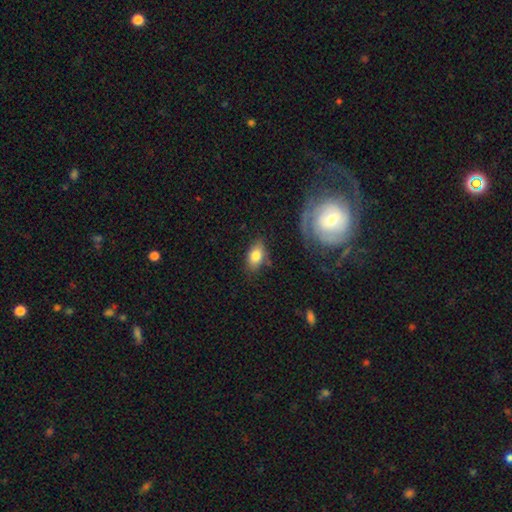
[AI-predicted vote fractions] A smooth galaxy with no disk features (78%) that is in between round and cigar-shaped (87%). Merging: none (71%).